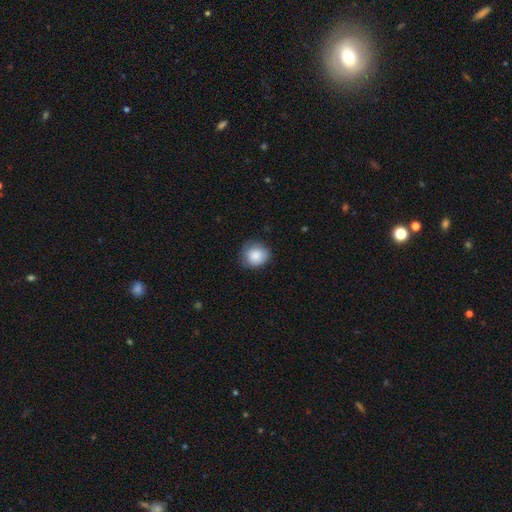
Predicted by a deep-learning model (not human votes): Morphology: type=smooth (86%); roundness=round (82%); merging=none (76%).